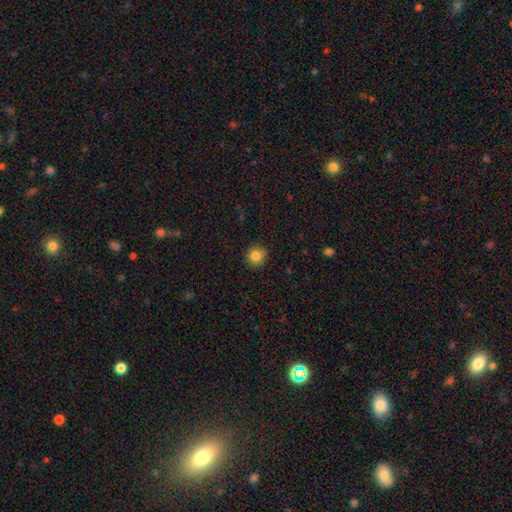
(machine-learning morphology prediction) smooth 84%, star or artifact 10%, featured or disk 5%. Down the decision tree: how rounded — round (92%); merging — none (90%).